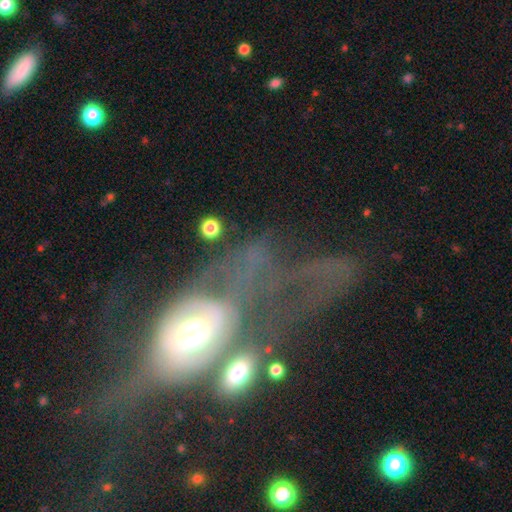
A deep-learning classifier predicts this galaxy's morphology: Smooth or featured? Predicted: featured or disk (p=0.58). Edge-on disk? Predicted: no (p=0.91). Bar? Predicted: no (p=0.71). Spiral arms? Predicted: no (p=0.56). Bulge size? Predicted: moderate (p=0.55). Merging? Predicted: major disturbance (p=0.39).